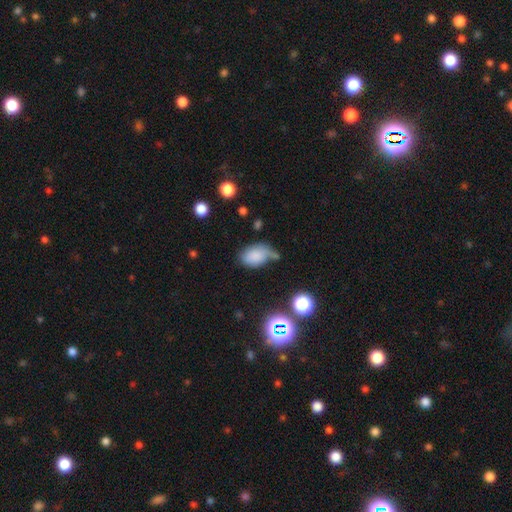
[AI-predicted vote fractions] smooth_or_featured: smooth (p=0.78) [alt: featured or disk p=0.11]
how_rounded: in between (p=0.87) [alt: round p=0.11]
merging: none (p=0.41) [alt: minor disturbance p=0.32]